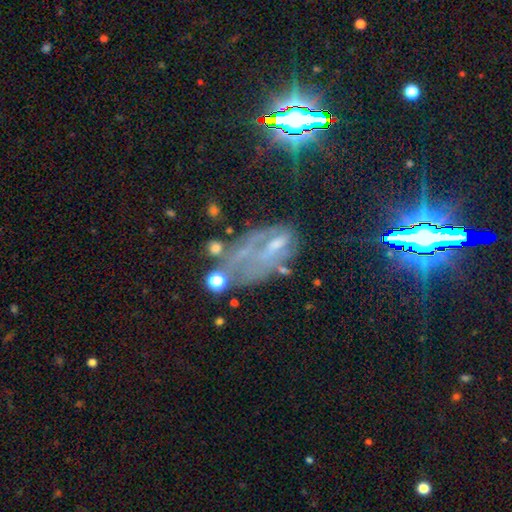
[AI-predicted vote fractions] Smooth or featured: featured or disk — 47% (star or artifact — 33%)
Merging: major disturbance — 36% (none — 32%)